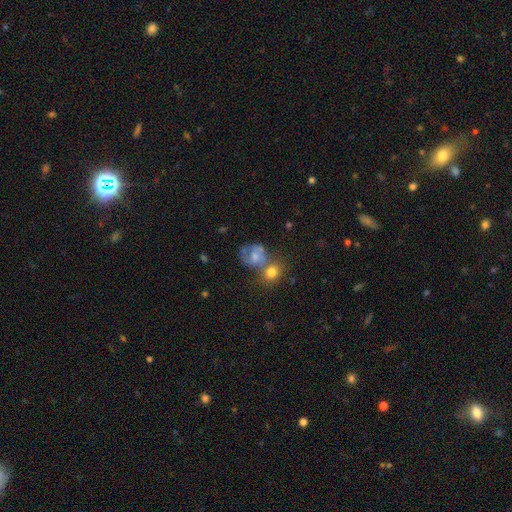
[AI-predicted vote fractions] A smooth galaxy with no disk features (51%) that is round (61%).

Vote fractions:
- Smooth or featured? smooth: 51% / featured or disk: 38% / star or artifact: 12%
- How rounded? round: 61% / in between: 38% / cigar-shaped: 1%
- Merging? merger: 39% / none: 31% / minor disturbance: 16% / major disturbance: 14%